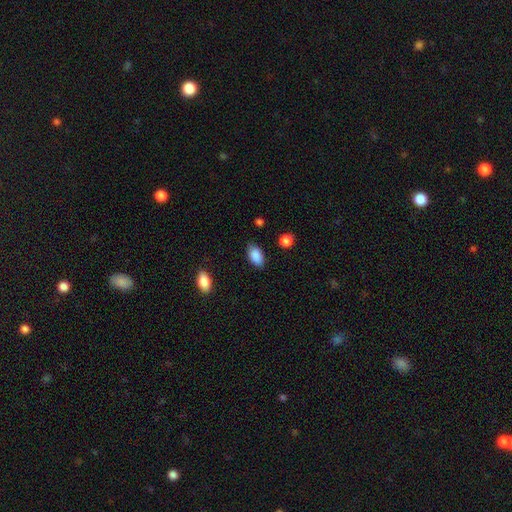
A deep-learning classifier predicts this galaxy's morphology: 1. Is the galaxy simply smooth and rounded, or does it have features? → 89% smooth, 7% star or artifact, 4% featured or disk.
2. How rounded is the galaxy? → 93% in between, 5% round, 2% cigar-shaped.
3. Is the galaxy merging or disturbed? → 82% none, 14% minor disturbance, 3% major disturbance, 1% merger.